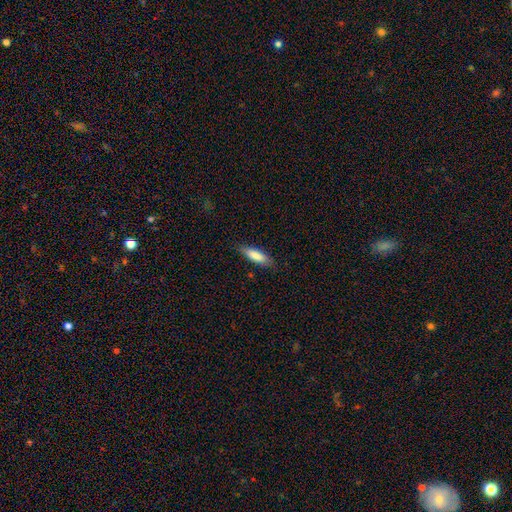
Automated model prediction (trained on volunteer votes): A smooth galaxy with no disk features (83%) that is cigar-shaped (52%).

Vote fractions:
- Smooth or featured? smooth: 83% / featured or disk: 11% / star or artifact: 6%
- How rounded? cigar-shaped: 52% / in between: 46% / round: 1%
- Merging? none: 83% / minor disturbance: 14% / major disturbance: 3% / merger: 1%